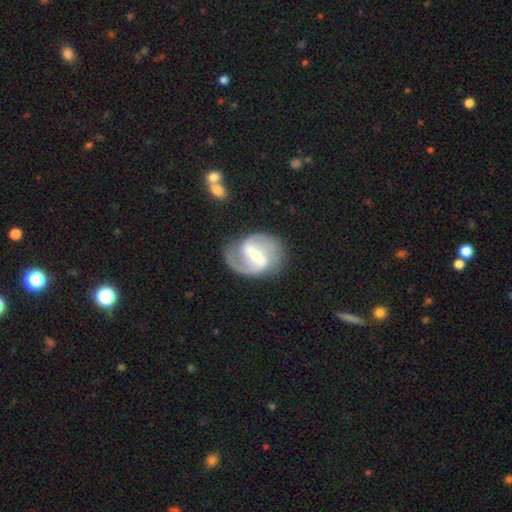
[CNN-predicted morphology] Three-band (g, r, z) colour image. It shows a featured or disk galaxy (85%) with a strong bar (54%), 2 (87%) medium (50%) spiral arms (93%) and a small central bulge (53%). Merging: none (73%).